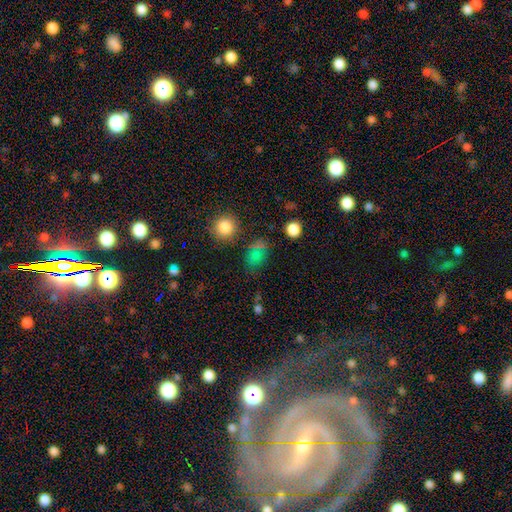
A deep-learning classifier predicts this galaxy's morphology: smooth 69%, star or artifact 23%, featured or disk 8%. Down the decision tree: how rounded — in between (54%); merging — none (68%).